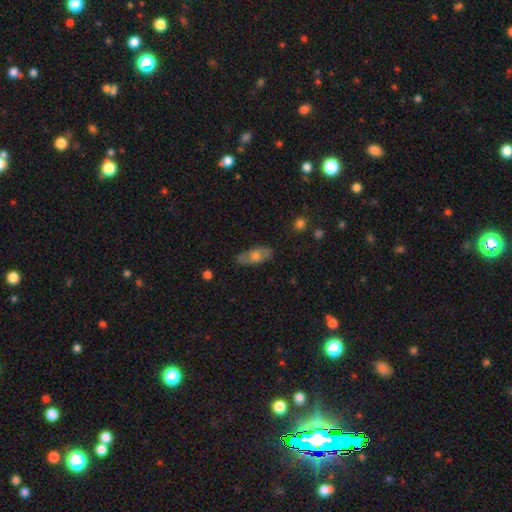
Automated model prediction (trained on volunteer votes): A smooth galaxy with no disk features (51%) that is in between round and cigar-shaped (85%).

Vote fractions:
- Smooth or featured? smooth: 51% / featured or disk: 41% / star or artifact: 7%
- How rounded? in between: 85% / cigar-shaped: 10% / round: 5%
- Merging? none: 80% / minor disturbance: 15% / major disturbance: 3% / merger: 1%